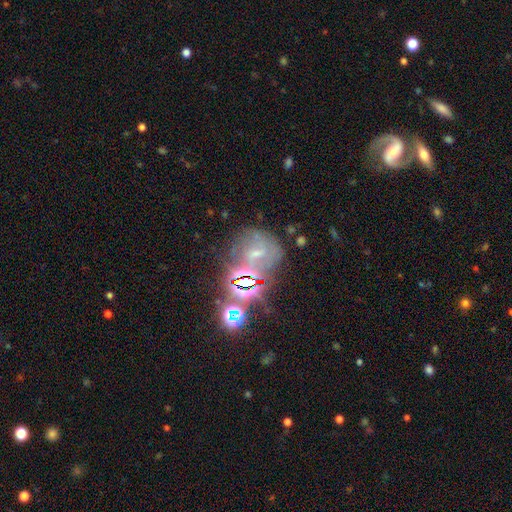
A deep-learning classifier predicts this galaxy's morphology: The model was most divided on "smooth or featured": star or artifact: 44%, featured or disk: 37%, smooth: 20%.